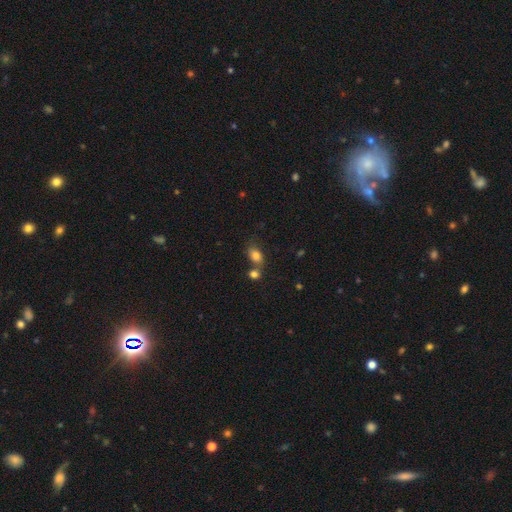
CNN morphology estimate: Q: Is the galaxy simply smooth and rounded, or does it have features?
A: smooth — 82%.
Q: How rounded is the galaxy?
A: in between — 81%.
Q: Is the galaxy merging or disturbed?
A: none — 52%.